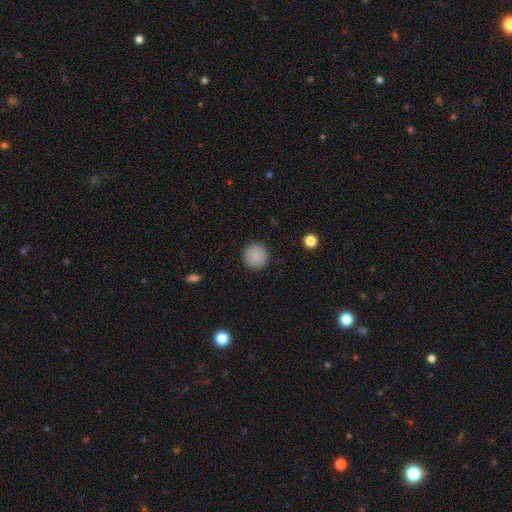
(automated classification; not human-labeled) A smooth galaxy with no disk features (87%) that is round (95%). Merging: none (92%).